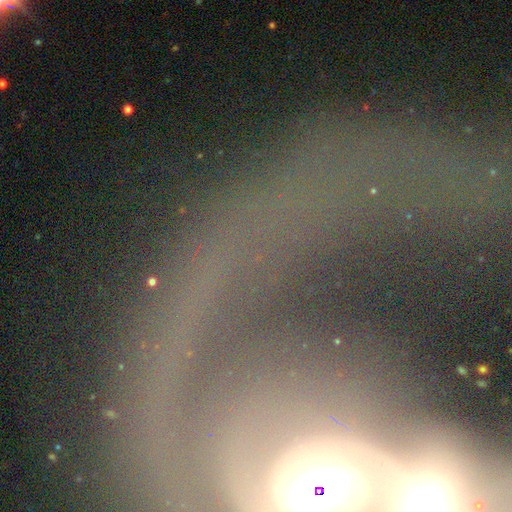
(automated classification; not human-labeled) Smooth or featured: featured or disk — 60% (star or artifact — 21%)
Edge-on disk: no — 82% (yes — 18%)
Merging: none — 36% (major disturbance — 30%)